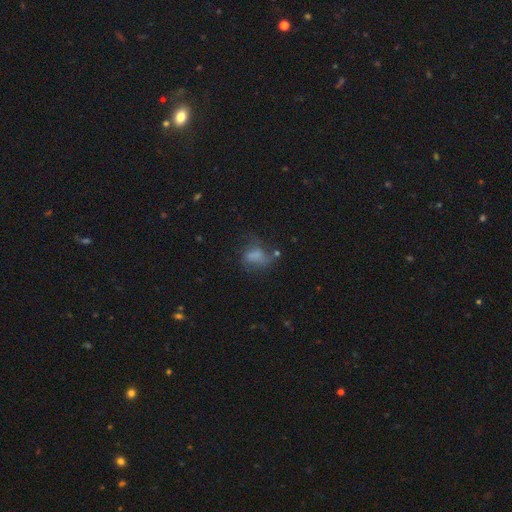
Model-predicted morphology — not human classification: Smooth or featured?
  - smooth: 55% *
  - featured or disk: 31%
  - star or artifact: 15%
How rounded?
  - in between: 73% *
  - round: 24%
  - cigar-shaped: 3%
Merging?
  - major disturbance: 34% *
  - none: 33%
  - minor disturbance: 24%
  - merger: 9%